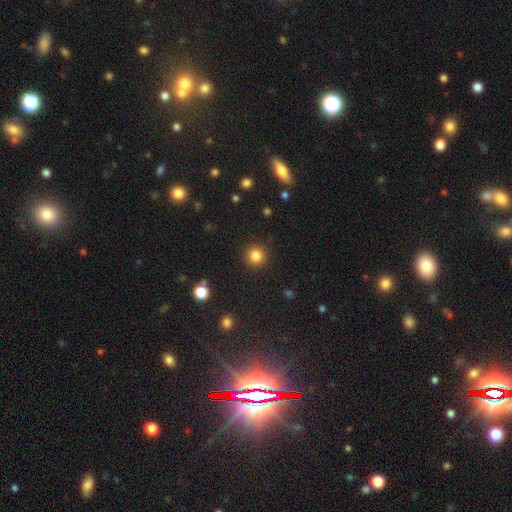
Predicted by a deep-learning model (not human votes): smooth 84%, star or artifact 12%, featured or disk 4%. Down the decision tree: how rounded — round (94%); merging — none (91%).